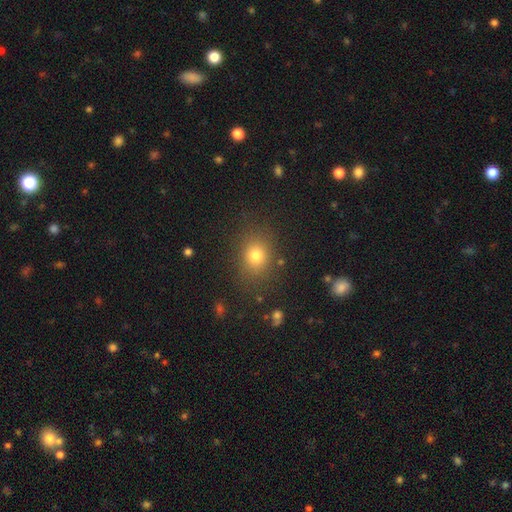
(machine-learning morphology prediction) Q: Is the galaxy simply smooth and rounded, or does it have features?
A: smooth — 76%.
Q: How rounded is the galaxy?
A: round — 61%.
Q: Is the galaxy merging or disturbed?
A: none — 82%.